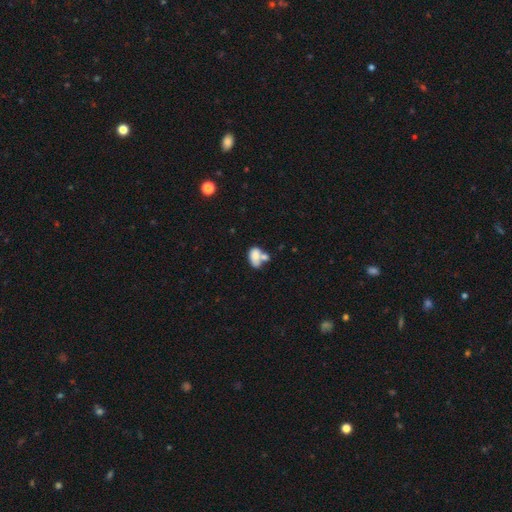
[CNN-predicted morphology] Smooth or featured? Predicted: smooth (p=0.70). How rounded? Predicted: in between (p=0.86). Merging? Predicted: merger (p=0.54).